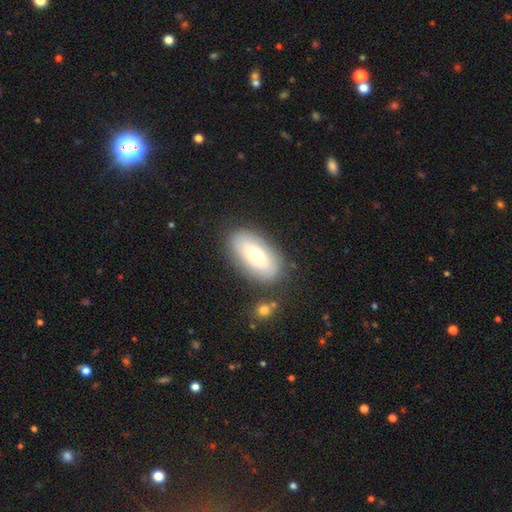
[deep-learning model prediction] smooth 61%, featured or disk 32%, star or artifact 7%. Down the decision tree: how rounded — in between (91%); merging — none (82%).